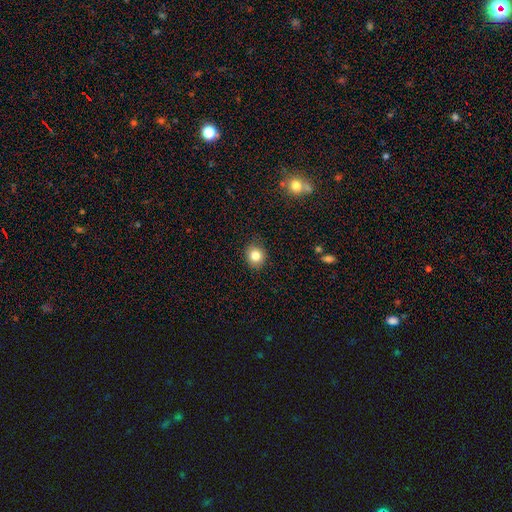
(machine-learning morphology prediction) type=smooth (82%); roundness=round (79%); merging=none (89%).